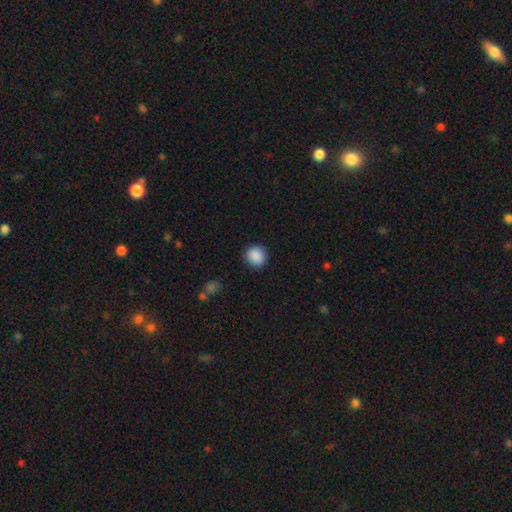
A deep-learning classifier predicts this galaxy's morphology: Smooth or featured: smooth — 89% (star or artifact — 8%)
How rounded: round — 81% (in between — 18%)
Merging: none — 89% (minor disturbance — 7%)